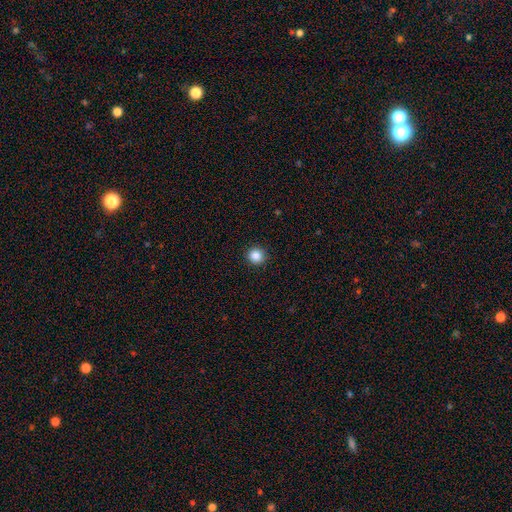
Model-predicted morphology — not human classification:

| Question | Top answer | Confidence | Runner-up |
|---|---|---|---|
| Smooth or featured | smooth | 86% | star or artifact (10%) |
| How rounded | round | 95% | in between (4%) |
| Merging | none | 93% | minor disturbance (5%) |